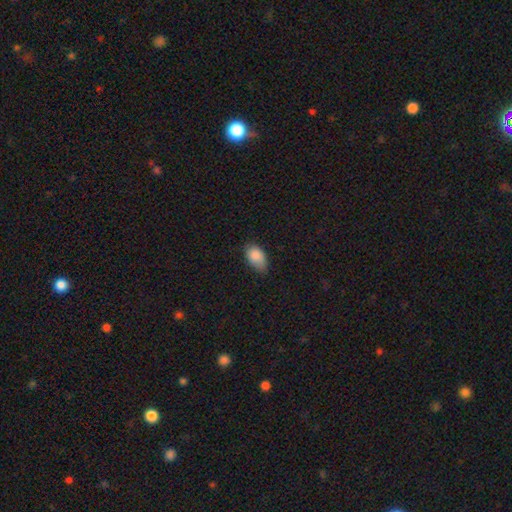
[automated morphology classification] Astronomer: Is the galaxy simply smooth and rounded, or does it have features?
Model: smooth — 86%.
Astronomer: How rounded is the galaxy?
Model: in between — 90%.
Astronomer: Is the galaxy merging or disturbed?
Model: none — 56% (runner-up: minor disturbance, 36%).